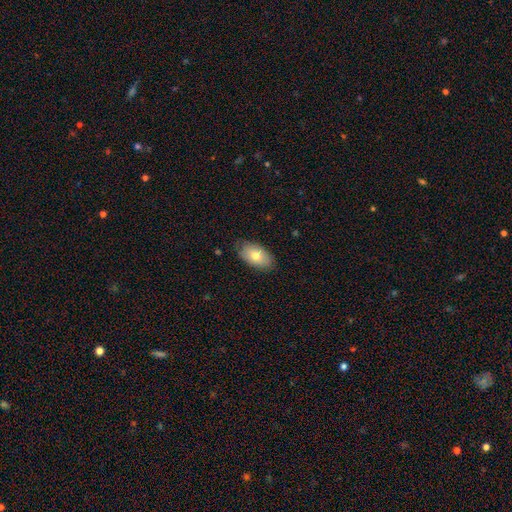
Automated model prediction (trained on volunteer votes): smooth-or-featured: smooth: 73% | featured or disk: 20% | star or artifact: 7%
  how-rounded: in between: 93% | round: 5% | cigar-shaped: 2%
  merging: none: 79% | minor disturbance: 17% | major disturbance: 3% | merger: 1%